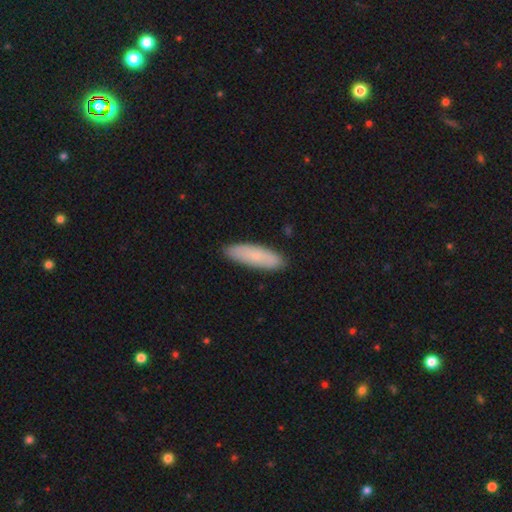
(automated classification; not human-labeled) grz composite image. It shows a smooth galaxy with no disk features (75%) that is cigar-shaped (53%). Merging: none (87%).